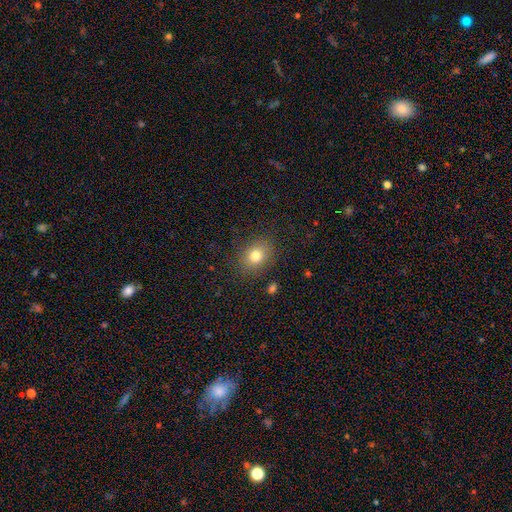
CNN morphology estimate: This appears to be a smooth galaxy with no disk features (78%) that is in between round and cigar-shaped (50%). Merging: none (84%).